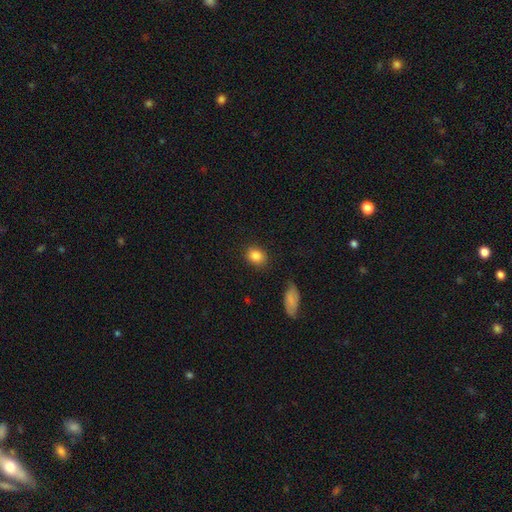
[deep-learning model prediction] Overall: smooth (85%). How rounded: round (50%; in between 49%). Merging: none (84%).